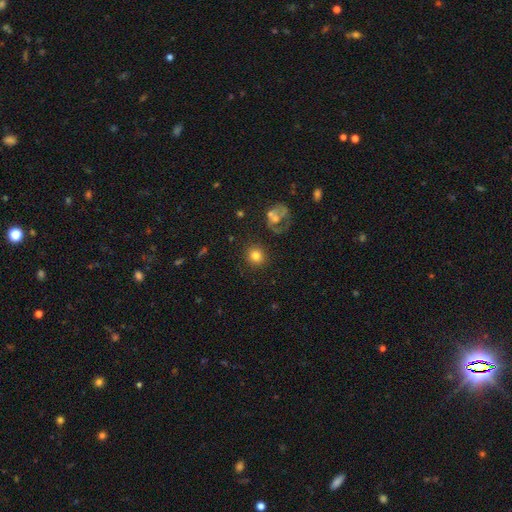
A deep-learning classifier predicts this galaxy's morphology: Smooth or featured: smooth — 78% (star or artifact — 12%)
How rounded: round — 88% (in between — 11%)
Merging: none — 83% (minor disturbance — 9%)